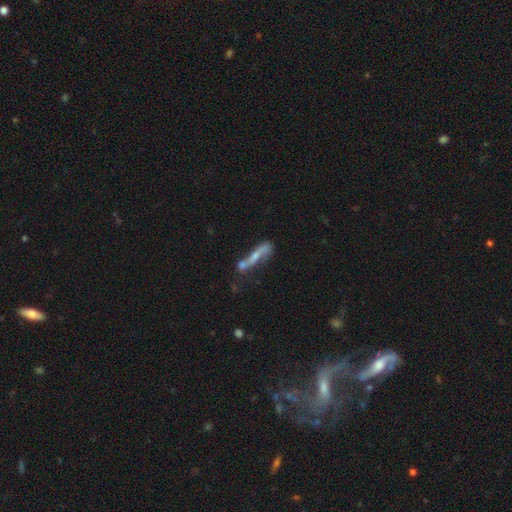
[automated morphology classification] type=featured or disk (47%); merging=none (35%).